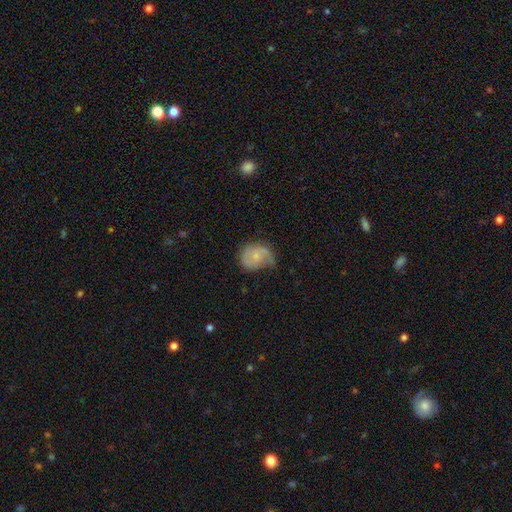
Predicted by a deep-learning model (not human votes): smooth_or_featured: featured or disk (p=0.49) [alt: smooth p=0.43]
merging: none (p=0.41) [alt: minor disturbance p=0.36]